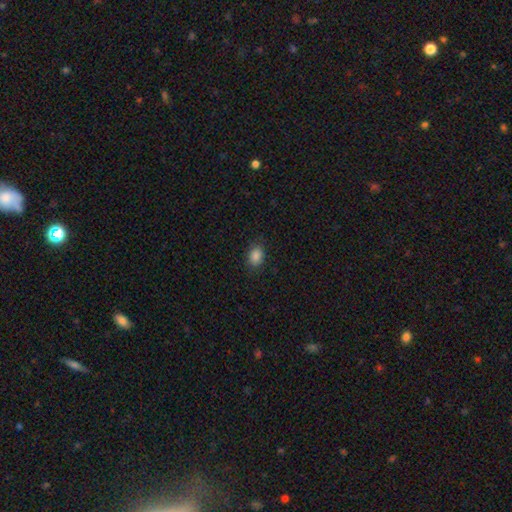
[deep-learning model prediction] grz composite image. It shows a smooth galaxy with no disk features (87%) that is in between round and cigar-shaped (73%). Merging: none (86%).